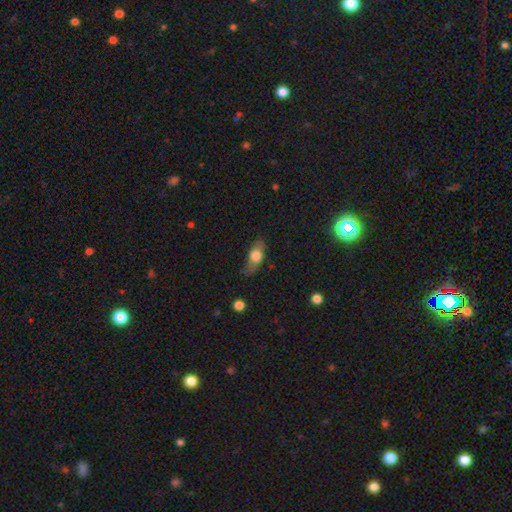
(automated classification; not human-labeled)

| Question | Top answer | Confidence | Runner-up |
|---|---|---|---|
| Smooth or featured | smooth | 63% | featured or disk (30%) |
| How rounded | in between | 74% | cigar-shaped (18%) |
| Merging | none | 62% | minor disturbance (28%) |